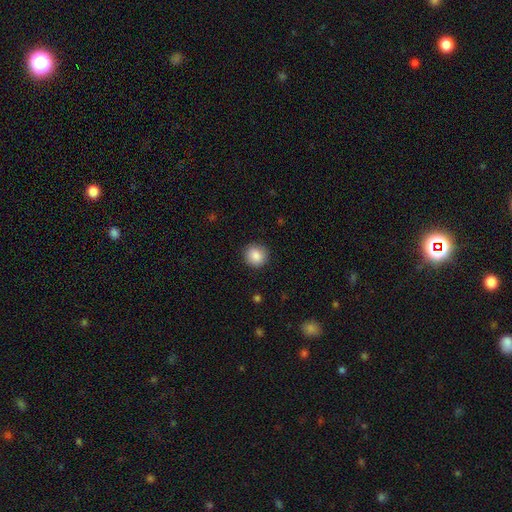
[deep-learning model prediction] Smooth or featured: smooth — 87% (star or artifact — 8%)
How rounded: round — 87% (in between — 12%)
Merging: none — 89% (minor disturbance — 8%)